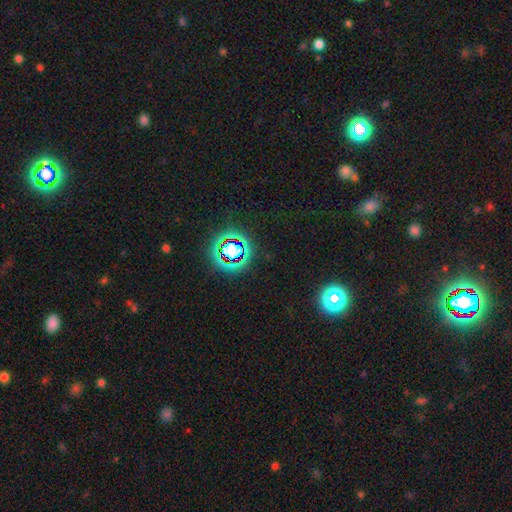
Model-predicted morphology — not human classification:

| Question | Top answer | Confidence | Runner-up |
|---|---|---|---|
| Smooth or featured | star or artifact | 76% | smooth (15%) |